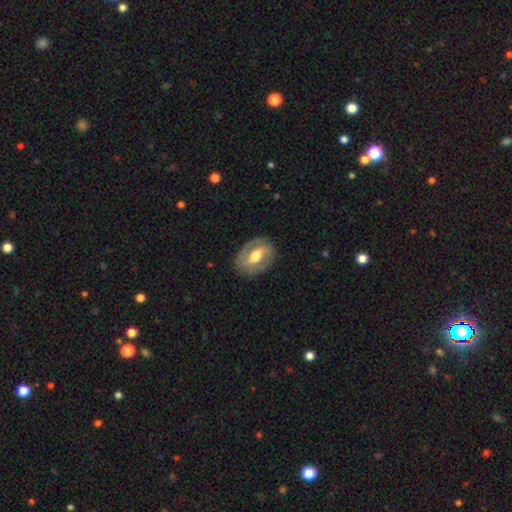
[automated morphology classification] Smooth or featured?
  - featured or disk: 72% *
  - smooth: 23%
  - star or artifact: 5%
Edge-on disk?
  - no: 95% *
  - yes: 5%
Bar?
  - weak: 40% *
  - strong: 39%
  - no: 21%
Spiral arms?
  - yes: 74% *
  - no: 26%
Spiral winding?
  - medium: 43% *
  - tight: 40%
  - loose: 17%
Spiral arm count?
  - 2: 83% *
  - can't tell: 9%
  - 1: 4%
  - 3: 1%
  - 4: 1%
  - more than 4: 1%
Bulge size?
  - moderate: 68% *
  - large: 15%
  - small: 14%
  - none: 1%
  - dominant: 1%
Merging?
  - none: 82% *
  - minor disturbance: 12%
  - major disturbance: 4%
  - merger: 1%